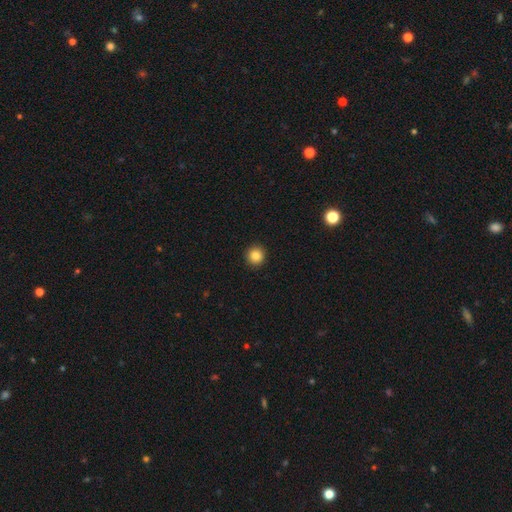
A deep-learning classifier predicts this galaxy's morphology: A smooth galaxy with no disk features (86%) that is round (94%).

Vote fractions:
- Smooth or featured? smooth: 86% / star or artifact: 10% / featured or disk: 4%
- How rounded? round: 94% / in between: 5% / cigar-shaped: 1%
- Merging? none: 93% / minor disturbance: 4% / major disturbance: 2% / merger: 1%